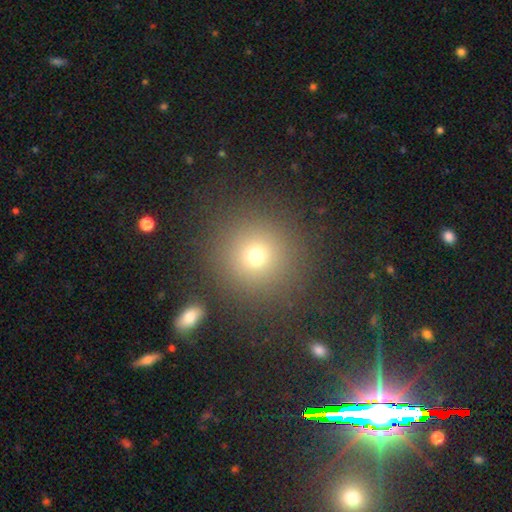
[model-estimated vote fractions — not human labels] The model was most divided on "smooth or featured": smooth: 71%, star or artifact: 19%, featured or disk: 10%. More confident: how rounded — round (93%); merging — none (86%).